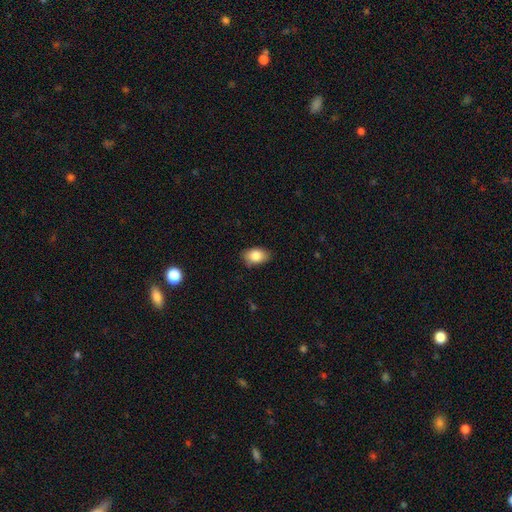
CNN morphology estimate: Smooth or featured? smooth (84%)
How rounded? in between (88%)
Merging? none (81%)